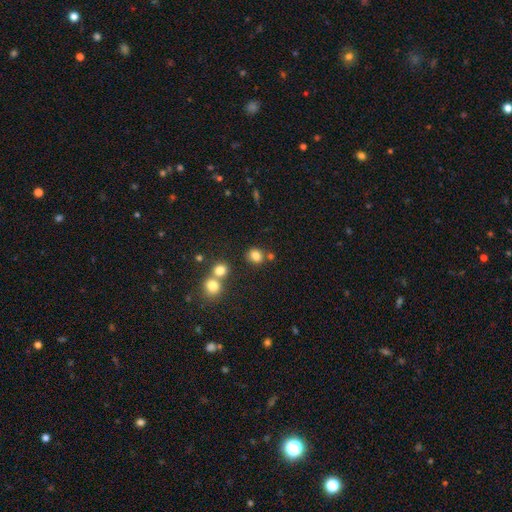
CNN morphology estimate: type=smooth (81%); roundness=round (62%); merging=none (70%).